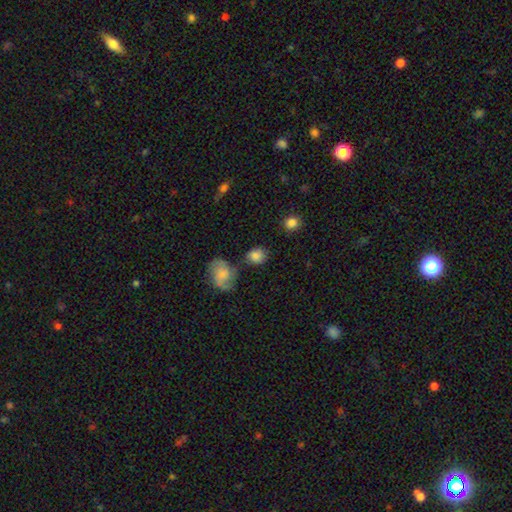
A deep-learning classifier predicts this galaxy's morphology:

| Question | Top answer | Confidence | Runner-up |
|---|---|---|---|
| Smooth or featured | smooth | 81% | featured or disk (11%) |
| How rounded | round | 66% | in between (33%) |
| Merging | none | 67% | minor disturbance (16%) |